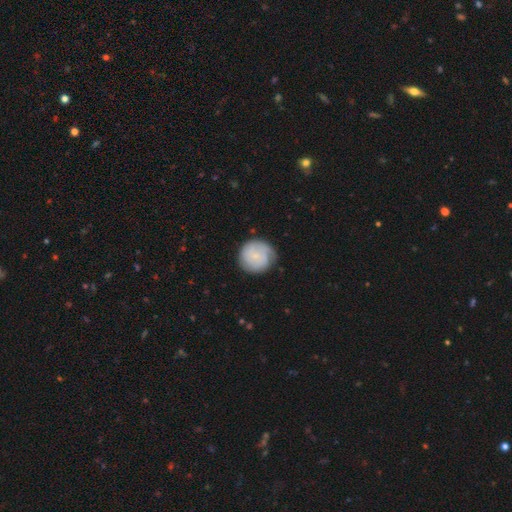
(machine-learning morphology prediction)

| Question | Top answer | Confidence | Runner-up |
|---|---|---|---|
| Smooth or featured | featured or disk | 47% | smooth (46%) |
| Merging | none | 71% | minor disturbance (21%) |